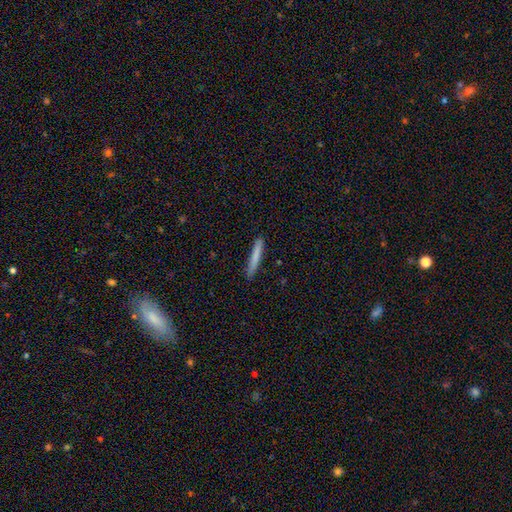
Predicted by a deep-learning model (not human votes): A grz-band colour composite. It shows a smooth galaxy with no disk features (78%) that is cigar-shaped (96%). Merging: none (88%).